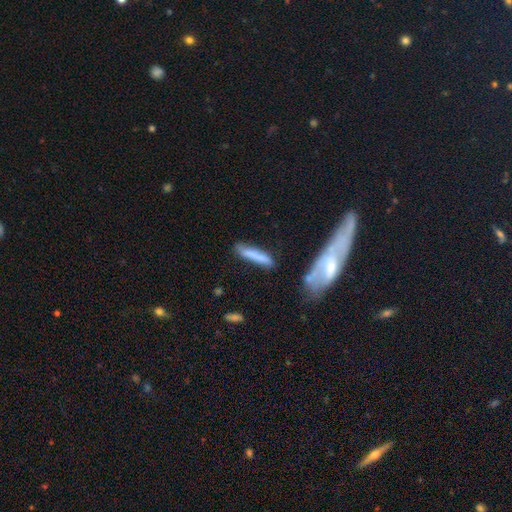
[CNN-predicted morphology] smooth-or-featured: smooth: 73% | featured or disk: 21% | star or artifact: 6%
  how-rounded: cigar-shaped: 90% | in between: 9% | round: 1%
  merging: none: 73% | minor disturbance: 16% | merger: 6% | major disturbance: 5%